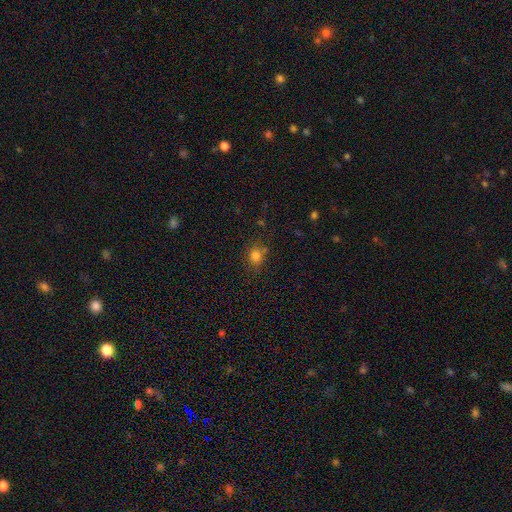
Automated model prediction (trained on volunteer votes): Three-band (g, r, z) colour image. It shows a smooth galaxy with no disk features (79%) that is round (62%). Merging: none (70%).